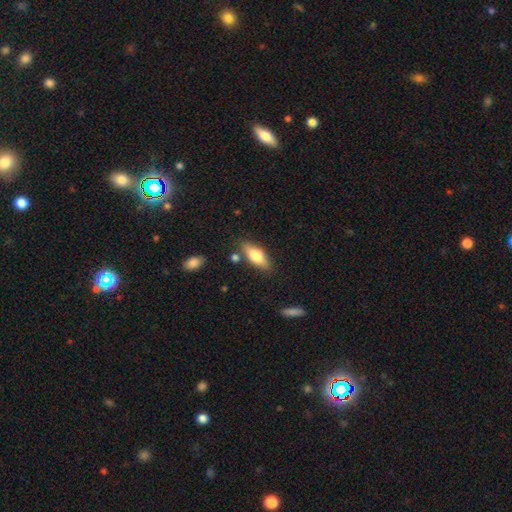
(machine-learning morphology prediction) Smooth or featured? Predicted: smooth (p=0.70). How rounded? Predicted: in between (p=0.75). Merging? Predicted: none (p=0.77).